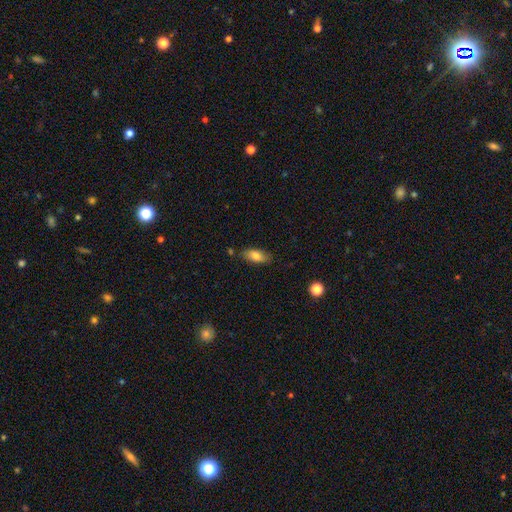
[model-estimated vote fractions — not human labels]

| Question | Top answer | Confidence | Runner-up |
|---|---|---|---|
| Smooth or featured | smooth | 80% | featured or disk (12%) |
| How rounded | in between | 83% | cigar-shaped (14%) |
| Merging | none | 80% | minor disturbance (14%) |